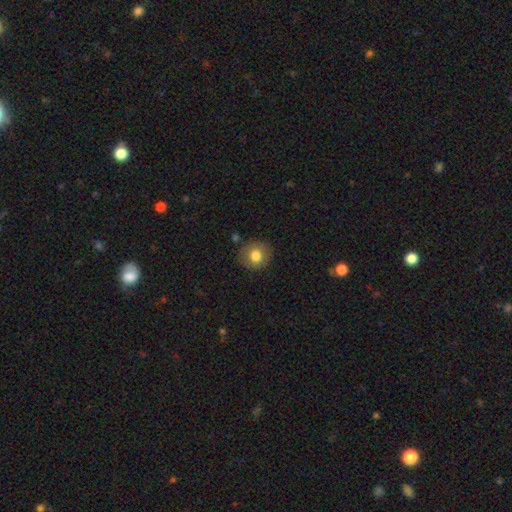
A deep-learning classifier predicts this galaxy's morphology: Q: Smooth or featured?
A: smooth (77%); runner-up: featured or disk (15%)
Q: How rounded?
A: round (86%); runner-up: in between (13%)
Q: Merging?
A: none (85%); runner-up: minor disturbance (10%)